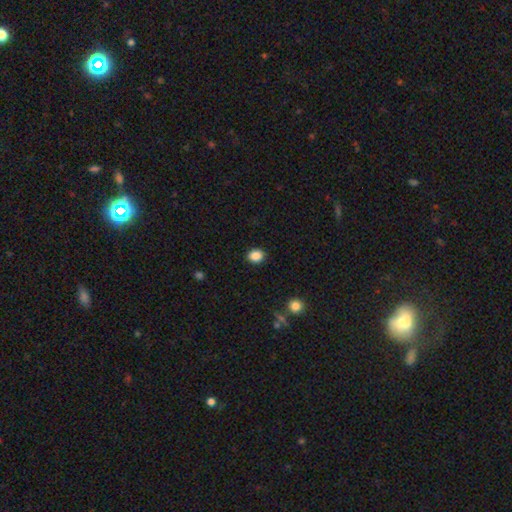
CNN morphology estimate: Q: Smooth or featured?
A: smooth (87%); runner-up: star or artifact (10%)
Q: How rounded?
A: round (60%); runner-up: in between (39%)
Q: Merging?
A: none (90%); runner-up: minor disturbance (7%)